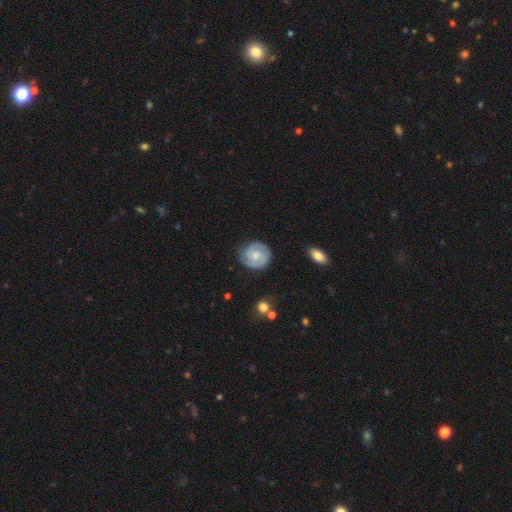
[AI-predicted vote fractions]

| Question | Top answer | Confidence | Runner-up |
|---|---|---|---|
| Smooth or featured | featured or disk | 77% | smooth (17%) |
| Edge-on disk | no | 98% | yes (2%) |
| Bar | no | 60% | weak (35%) |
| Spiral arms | yes | 96% | no (4%) |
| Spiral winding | tight | 64% | medium (30%) |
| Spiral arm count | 2 | 77% | can't tell (9%) |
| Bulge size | small | 42% | tied: moderate (42%) |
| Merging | none | 81% | minor disturbance (14%) |